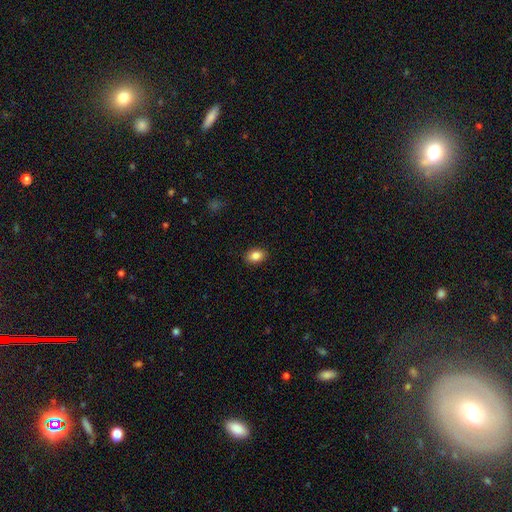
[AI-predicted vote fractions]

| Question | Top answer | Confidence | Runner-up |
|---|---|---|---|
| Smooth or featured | smooth | 85% | star or artifact (9%) |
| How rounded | in between | 79% | round (19%) |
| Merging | none | 89% | minor disturbance (8%) |